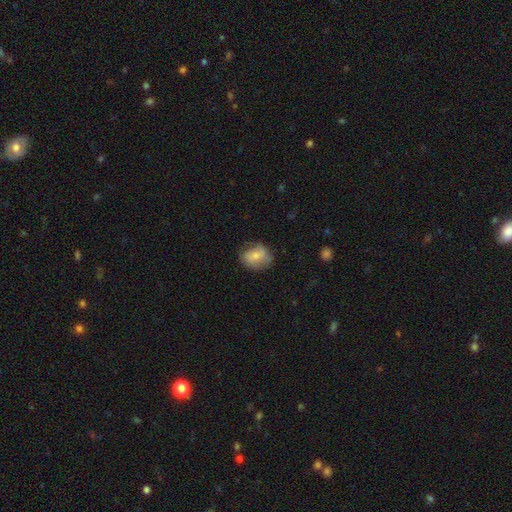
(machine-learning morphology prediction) Q: Smooth or featured?
A: smooth (65%); runner-up: featured or disk (27%)
Q: How rounded?
A: round (57%); runner-up: in between (42%)
Q: Merging?
A: none (66%); runner-up: minor disturbance (25%)